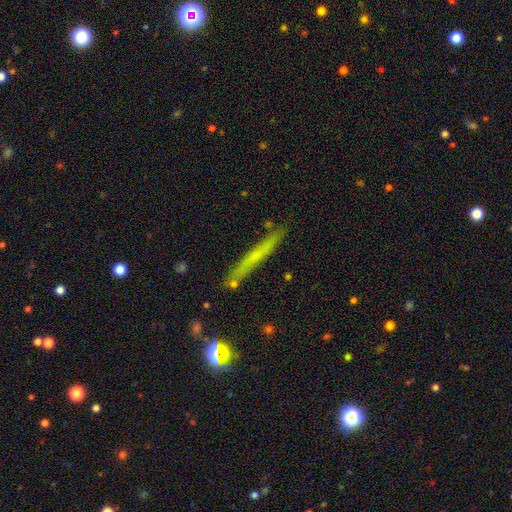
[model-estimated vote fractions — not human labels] Smooth or featured? Predicted: smooth (p=0.51). How rounded? Predicted: cigar-shaped (p=0.95). Merging? Predicted: none (p=0.85).